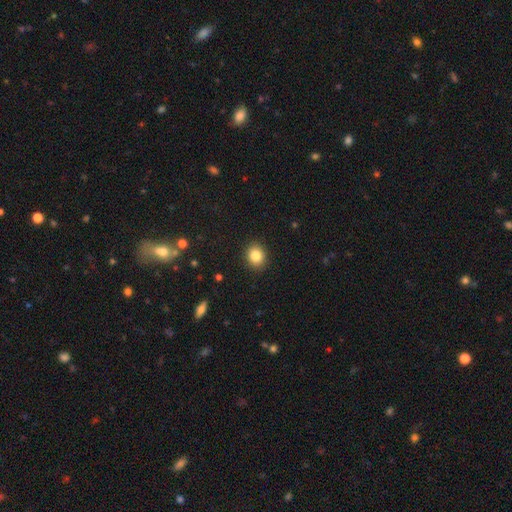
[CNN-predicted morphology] Overall: smooth (84%). How rounded: round (66%; in between 33%). Merging: none (91%).